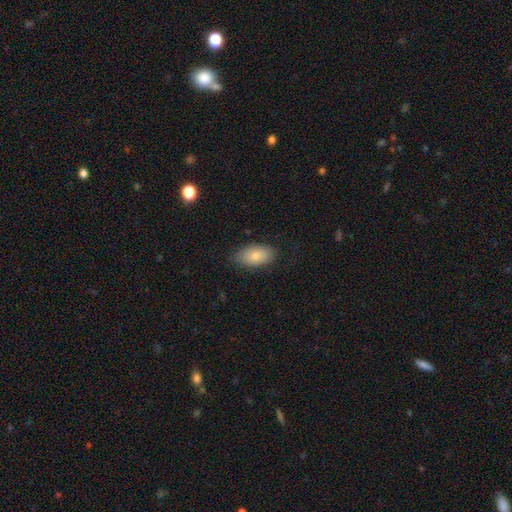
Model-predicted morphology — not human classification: smooth_or_featured: smooth (p=0.82) [alt: featured or disk p=0.12]
how_rounded: in between (p=0.93) [alt: round p=0.04]
merging: none (p=0.81) [alt: minor disturbance p=0.15]